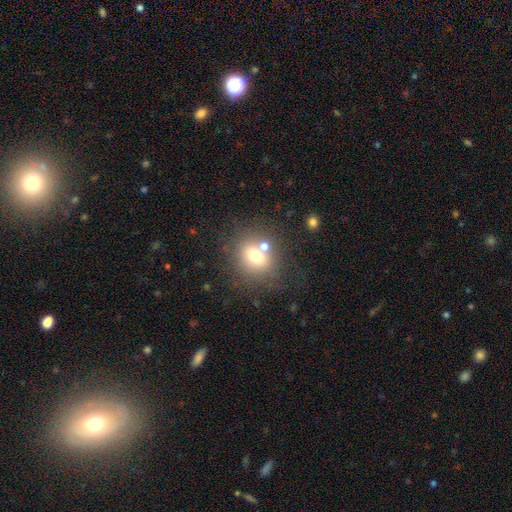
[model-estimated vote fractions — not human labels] This is likely a smooth galaxy (67%). How rounded: likely round (71%). Merging: possibly none (59%).